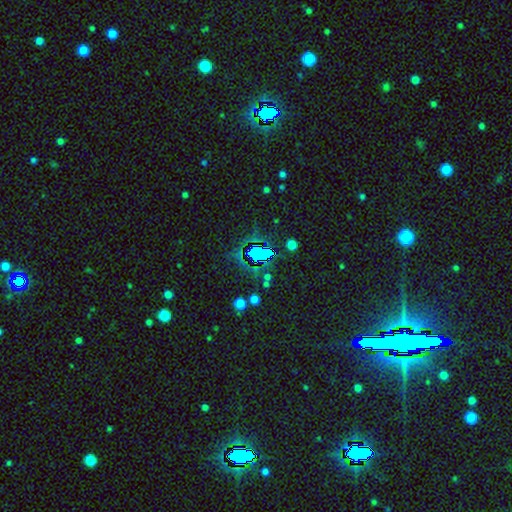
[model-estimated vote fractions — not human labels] Smooth or featured? star or artifact (65%)